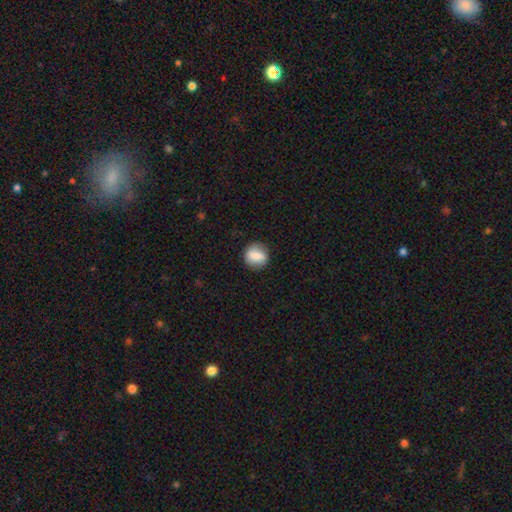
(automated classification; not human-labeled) Overall: smooth (77%). How rounded: round (78%). Merging: none (83%).